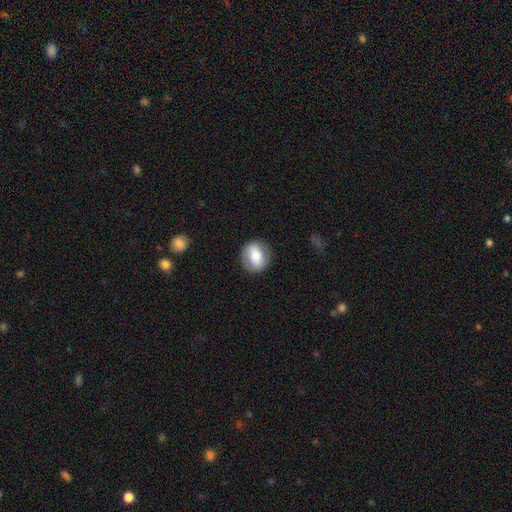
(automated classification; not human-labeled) The model was most divided on "smooth or featured": smooth: 61%, featured or disk: 32%, star or artifact: 7%. More confident: merging — none (86%); how rounded — round (72%).